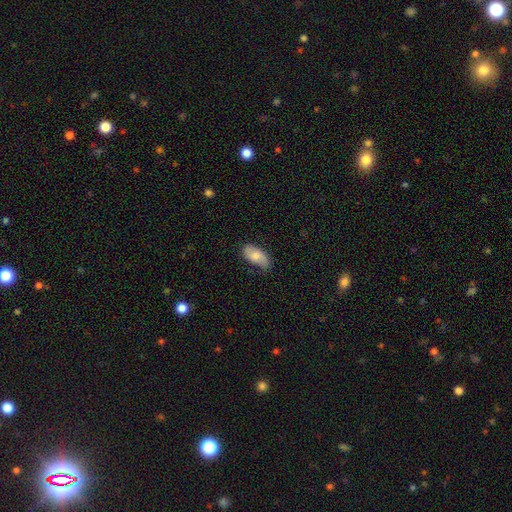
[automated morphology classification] type=smooth (70%); roundness=in between (92%); merging=none (69%).